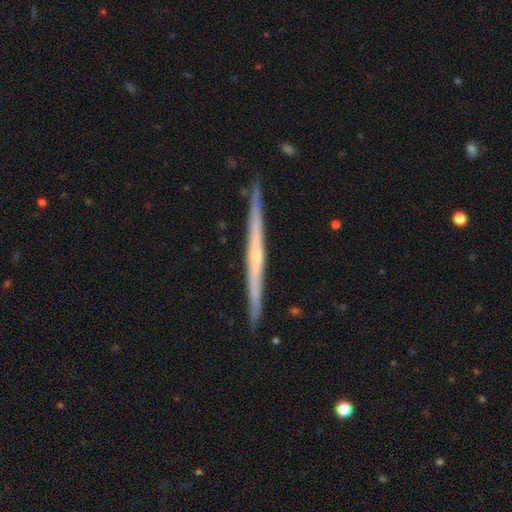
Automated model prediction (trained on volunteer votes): smooth-or-featured: featured or disk: 74% | smooth: 20% | star or artifact: 6%
  disk-edge-on: yes: 98% | no: 2%
    edge-on-bulge: none: 59% | rounded: 36% | boxy: 5%
  merging: none: 91% | minor disturbance: 7% | major disturbance: 1% | merger: 1%